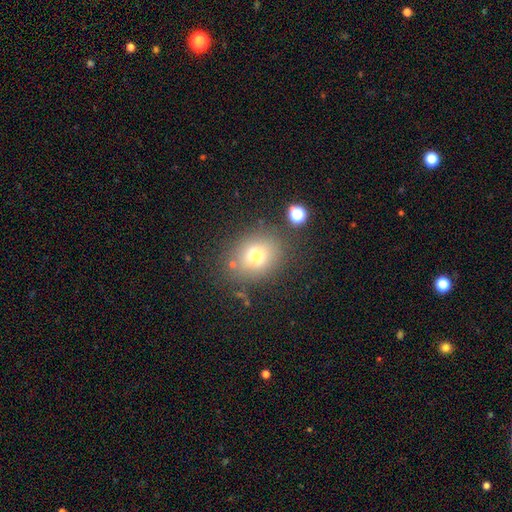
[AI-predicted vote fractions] The model was most divided on "how rounded": round: 59%, in between: 40%, cigar-shaped: 1%. More confident: merging — none (77%); smooth or featured — smooth (72%).